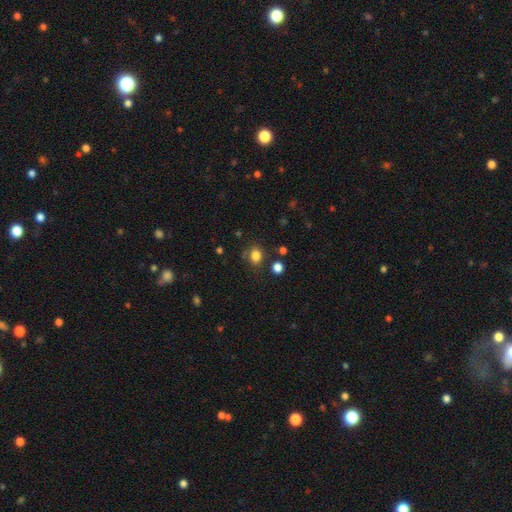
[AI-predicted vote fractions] Q: Smooth or featured?
A: smooth (81%); runner-up: star or artifact (13%)
Q: How rounded?
A: round (58%); runner-up: in between (41%)
Q: Merging?
A: none (74%); runner-up: minor disturbance (15%)